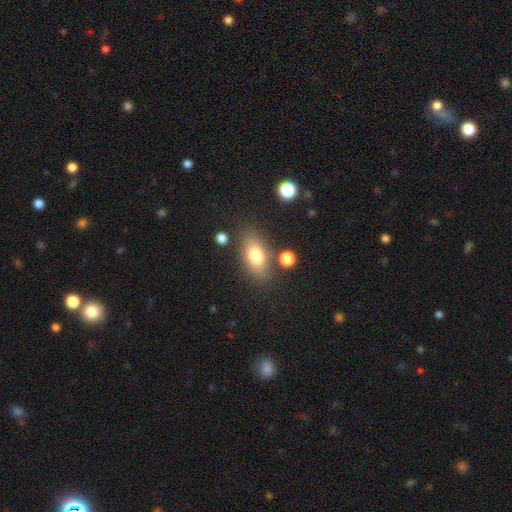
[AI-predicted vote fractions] The model was most divided on "smooth or featured": smooth: 76%, featured or disk: 15%, star or artifact: 8%. More confident: how rounded — in between (85%); merging — none (76%).